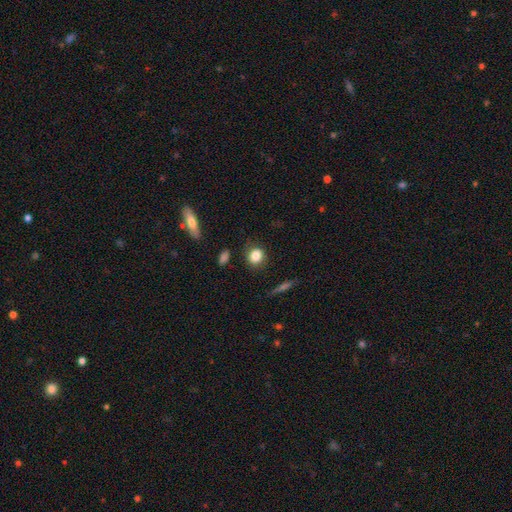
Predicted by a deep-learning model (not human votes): smooth 83%, star or artifact 9%, featured or disk 8%. Down the decision tree: how rounded — round (73%); merging — none (81%).